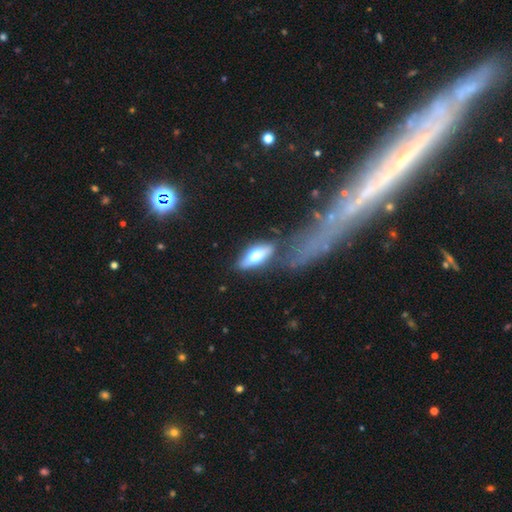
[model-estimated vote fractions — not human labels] Morphology: type=smooth (57%); roundness=in between (74%); merging=none (61%).